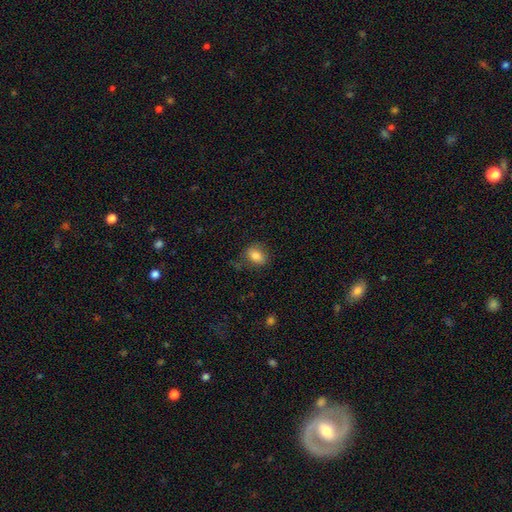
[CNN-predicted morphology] Smooth or featured?
  - smooth: 82% *
  - star or artifact: 9%
  - featured or disk: 9%
How rounded?
  - in between: 72% *
  - round: 27%
  - cigar-shaped: 2%
Merging?
  - none: 76% *
  - minor disturbance: 17%
  - major disturbance: 5%
  - merger: 2%